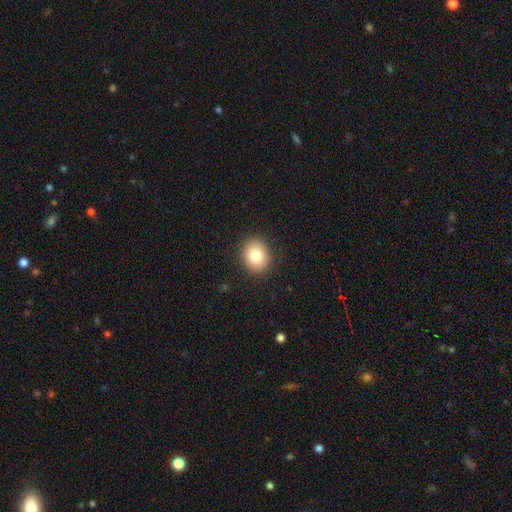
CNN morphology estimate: Smooth or featured?
  - smooth: 80% *
  - featured or disk: 10%
  - star or artifact: 10%
How rounded?
  - round: 60% *
  - in between: 39%
  - cigar-shaped: 1%
Merging?
  - none: 90% *
  - minor disturbance: 7%
  - major disturbance: 2%
  - merger: 1%